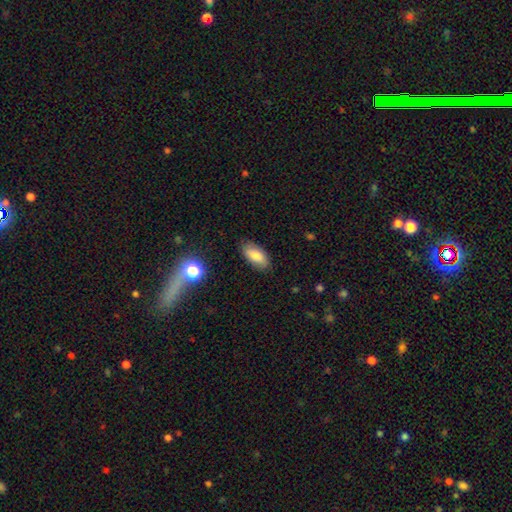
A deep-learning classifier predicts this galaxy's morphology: Smooth or featured: smooth — 81% (featured or disk — 11%)
How rounded: in between — 90% (cigar-shaped — 7%)
Merging: none — 83% (minor disturbance — 13%)